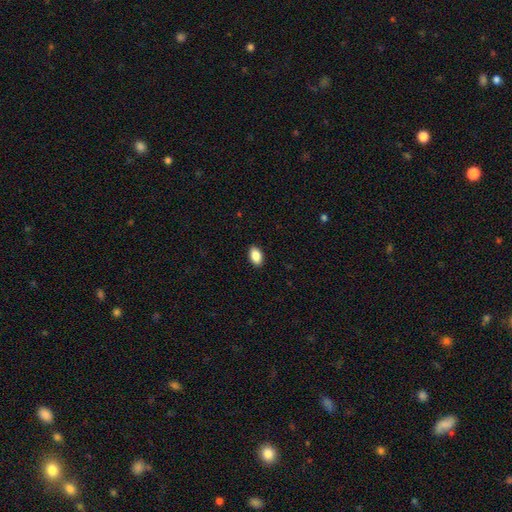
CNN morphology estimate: Smooth or featured: smooth — 88% (star or artifact — 7%)
How rounded: in between — 92% (round — 7%)
Merging: none — 90% (minor disturbance — 7%)